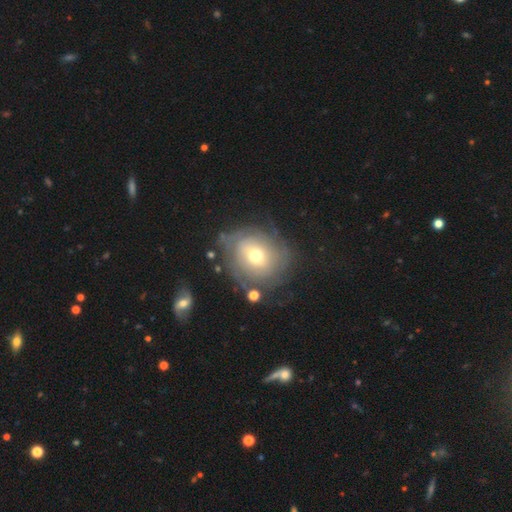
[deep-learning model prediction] smooth-or-featured: featured or disk: 52% | smooth: 39% | star or artifact: 10%
  disk-edge-on: no: 95% | yes: 5%
  merging: none: 62% | minor disturbance: 21% | major disturbance: 13% | merger: 4%